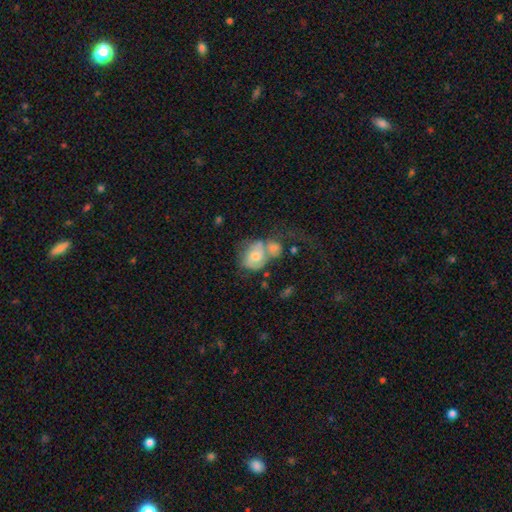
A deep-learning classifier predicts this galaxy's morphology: Q: Smooth or featured?
A: featured or disk (46%); runner-up: smooth (45%)
Q: Merging?
A: merger (47%); runner-up: none (21%)